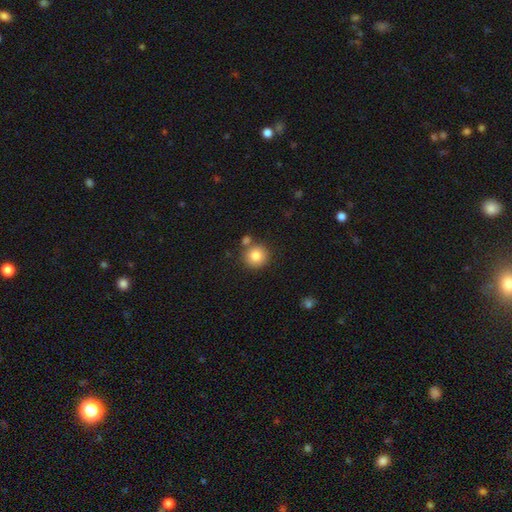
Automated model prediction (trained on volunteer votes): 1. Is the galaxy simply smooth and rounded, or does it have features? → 82% smooth, 10% star or artifact, 8% featured or disk.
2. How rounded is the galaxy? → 93% round, 6% in between, 1% cigar-shaped.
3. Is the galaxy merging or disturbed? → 74% none, 15% merger, 9% minor disturbance, 3% major disturbance.